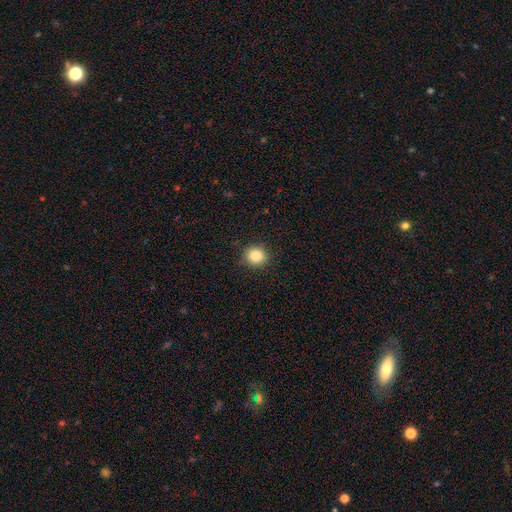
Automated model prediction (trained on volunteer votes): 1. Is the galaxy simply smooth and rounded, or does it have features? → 86% smooth, 10% star or artifact, 4% featured or disk.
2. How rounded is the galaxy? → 87% round, 12% in between, 1% cigar-shaped.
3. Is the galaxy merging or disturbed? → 88% none, 8% minor disturbance, 2% major disturbance, 1% merger.